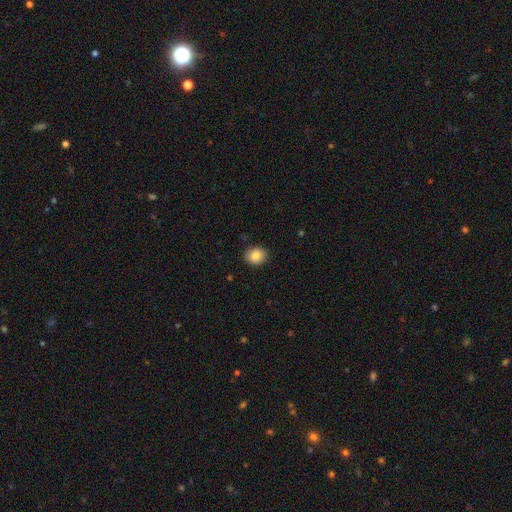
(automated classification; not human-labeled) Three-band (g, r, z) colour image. It shows a smooth galaxy with no disk features (86%) that is round (62%). Merging: none (90%).